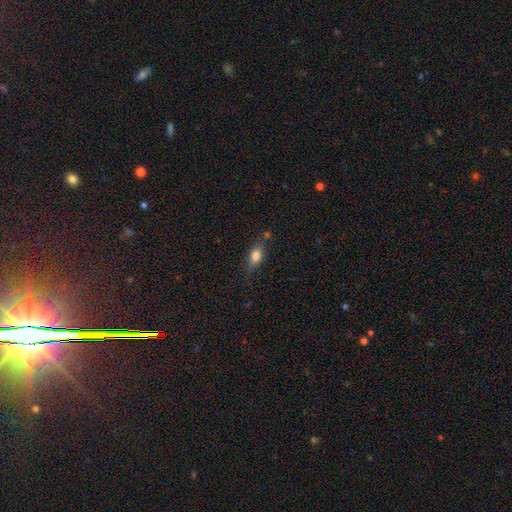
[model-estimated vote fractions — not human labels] Smooth or featured? Predicted: smooth (p=0.77). How rounded? Predicted: in between (p=0.80). Merging? Predicted: none (p=0.70).